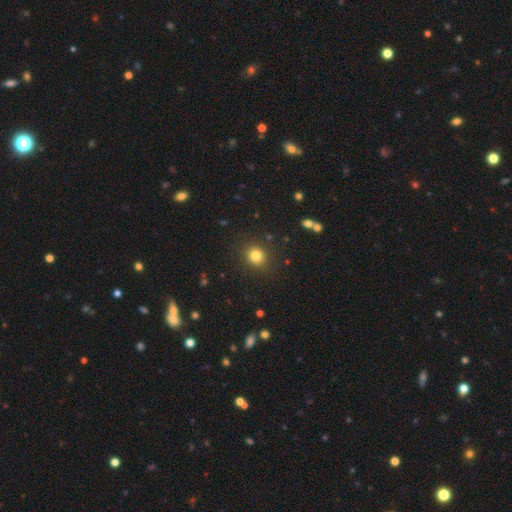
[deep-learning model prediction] Smooth or featured? smooth (80%)
How rounded? round (81%)
Merging? none (88%)